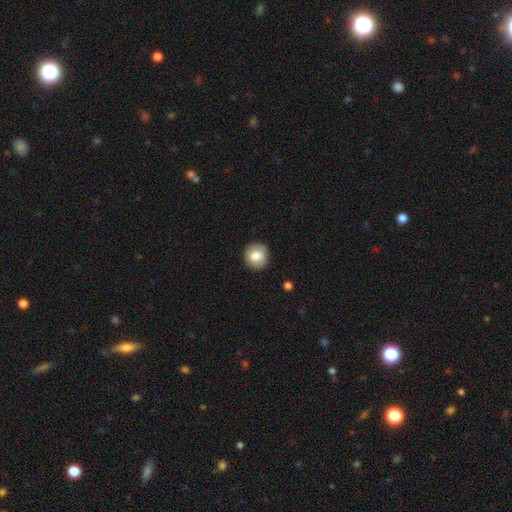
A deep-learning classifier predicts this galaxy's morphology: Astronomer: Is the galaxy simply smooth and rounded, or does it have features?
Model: smooth — 76%.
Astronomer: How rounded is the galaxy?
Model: round — 89%.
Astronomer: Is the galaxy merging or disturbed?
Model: none — 85%.